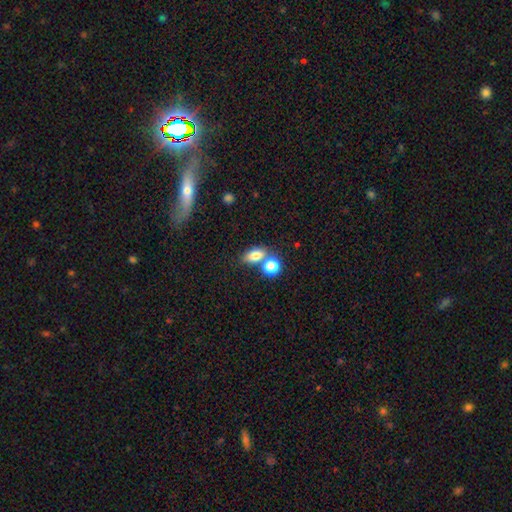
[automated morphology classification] A smooth galaxy with no disk features (77%) that is in between round and cigar-shaped (74%). Merging: none (52%).